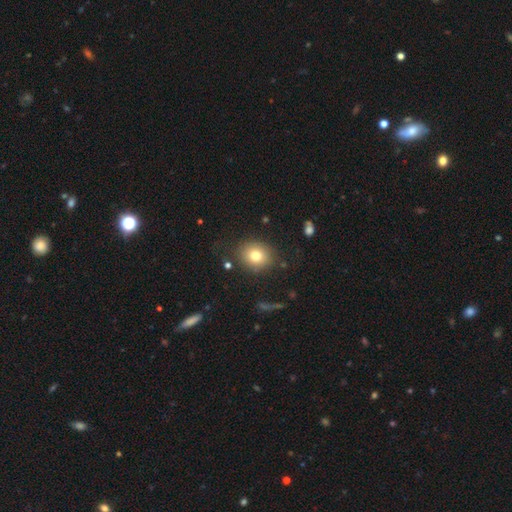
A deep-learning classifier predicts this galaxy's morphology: This is likely a smooth galaxy (77%). How rounded: likely round (65%). Merging: clearly none (84%).